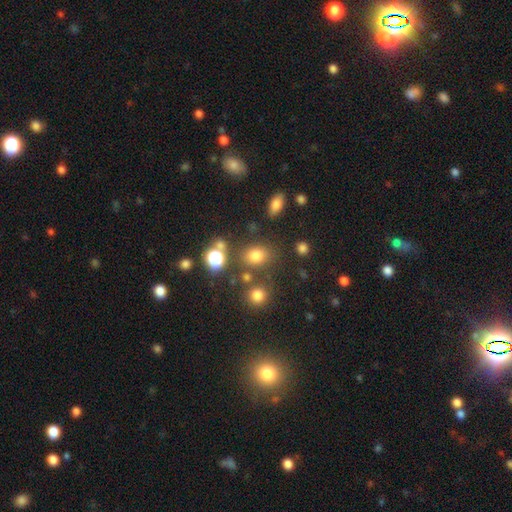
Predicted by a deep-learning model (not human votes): A smooth galaxy with no disk features (73%) that is in between round and cigar-shaped (53%).

Vote fractions:
- Smooth or featured? smooth: 73% / star or artifact: 19% / featured or disk: 8%
- How rounded? in between: 53% / round: 46% / cigar-shaped: 1%
- Merging? none: 73% / minor disturbance: 13% / merger: 9% / major disturbance: 5%